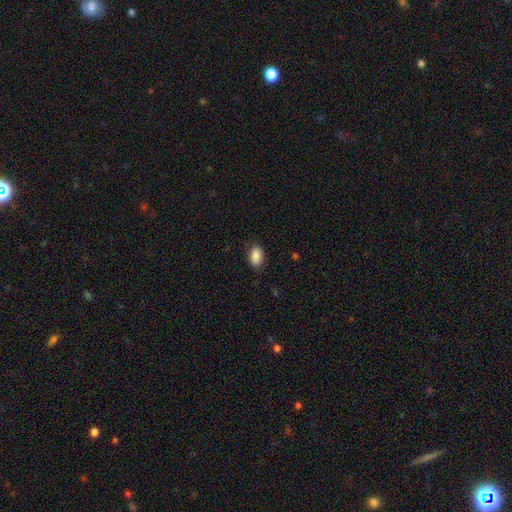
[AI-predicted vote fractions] Smooth or featured?
  - smooth: 87% *
  - star or artifact: 7%
  - featured or disk: 5%
How rounded?
  - in between: 90% *
  - round: 8%
  - cigar-shaped: 2%
Merging?
  - none: 83% *
  - minor disturbance: 13%
  - major disturbance: 3%
  - merger: 1%